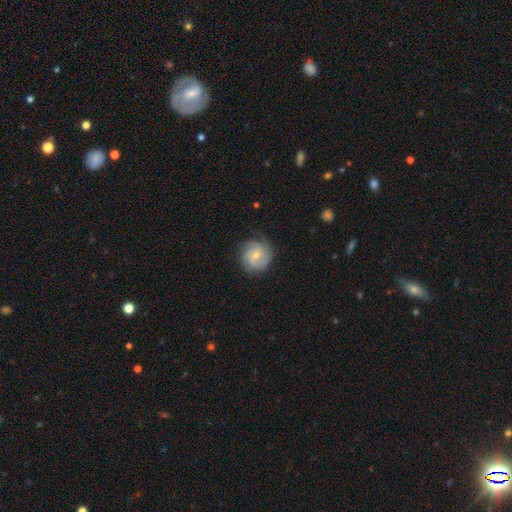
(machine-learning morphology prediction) Smooth or featured? Predicted: featured or disk (p=0.66). Edge-on disk? Predicted: no (p=0.98). Bar? Predicted: no (p=0.64). Spiral arms? Predicted: yes (p=0.92). Spiral winding? Predicted: tight (p=0.59). Spiral arm count? Predicted: 3 (p=0.34). Bulge size? Predicted: small (p=0.51). Merging? Predicted: none (p=0.78).